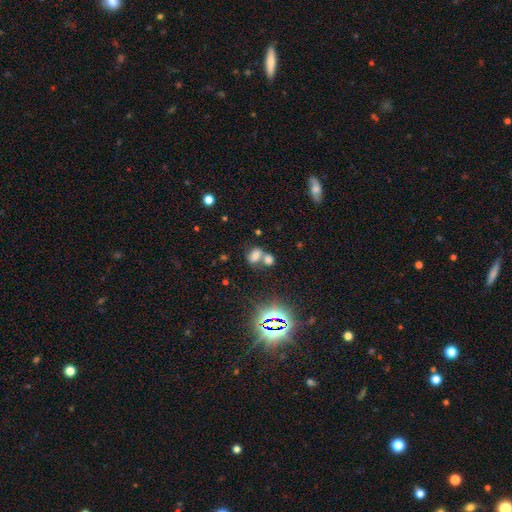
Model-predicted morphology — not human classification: Q: Smooth or featured?
A: smooth (63%); runner-up: star or artifact (24%)
Q: How rounded?
A: in between (79%); runner-up: round (18%)
Q: Merging?
A: merger (55%); runner-up: none (32%)